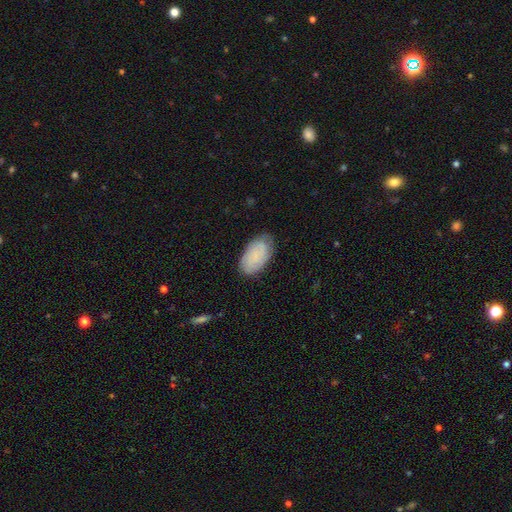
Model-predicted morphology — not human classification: smooth-or-featured: smooth: 64% | featured or disk: 28% | star or artifact: 8%
  how-rounded: in between: 94% | round: 4% | cigar-shaped: 2%
  merging: none: 76% | minor disturbance: 19% | major disturbance: 4% | merger: 1%